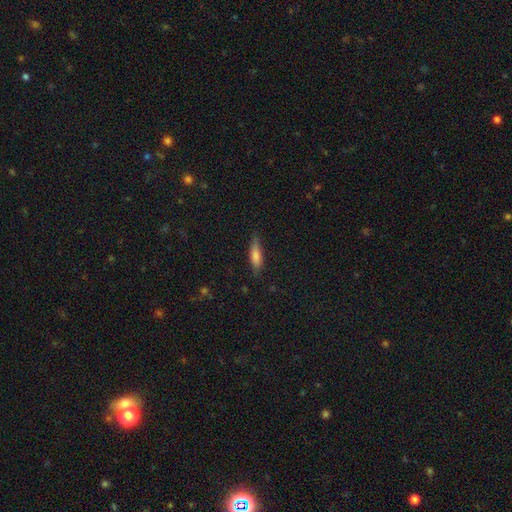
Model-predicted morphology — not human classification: type=smooth (73%); roundness=cigar-shaped (60%); merging=none (78%).